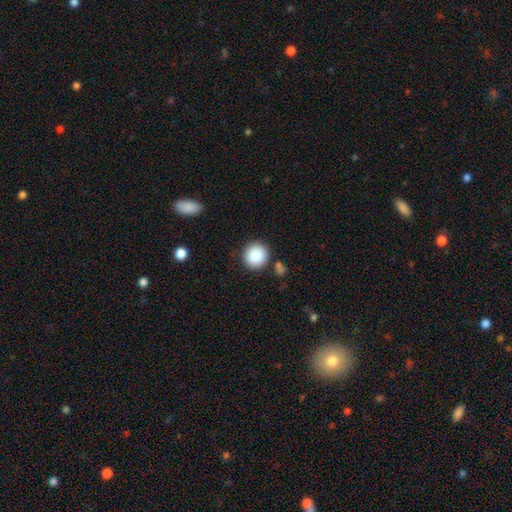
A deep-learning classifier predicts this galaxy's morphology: smooth_or_featured: smooth (p=0.88) [alt: star or artifact p=0.08]
how_rounded: round (p=0.92) [alt: in between p=0.07]
merging: none (p=0.87) [alt: minor disturbance p=0.07]